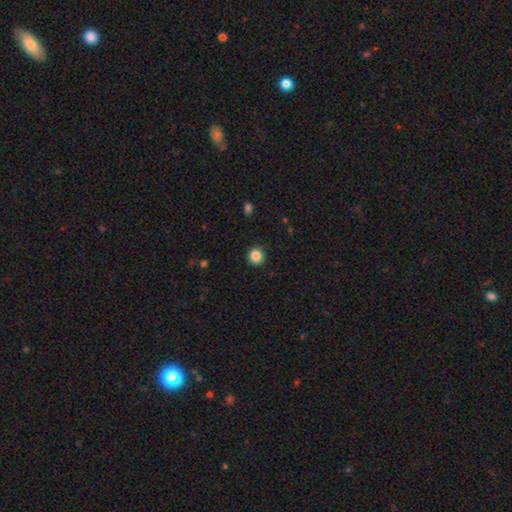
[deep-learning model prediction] A smooth galaxy with no disk features (85%) that is round (93%).

Vote fractions:
- Smooth or featured? smooth: 85% / star or artifact: 11% / featured or disk: 4%
- How rounded? round: 93% / in between: 7% / cigar-shaped: 1%
- Merging? none: 90% / minor disturbance: 7% / major disturbance: 2% / merger: 1%